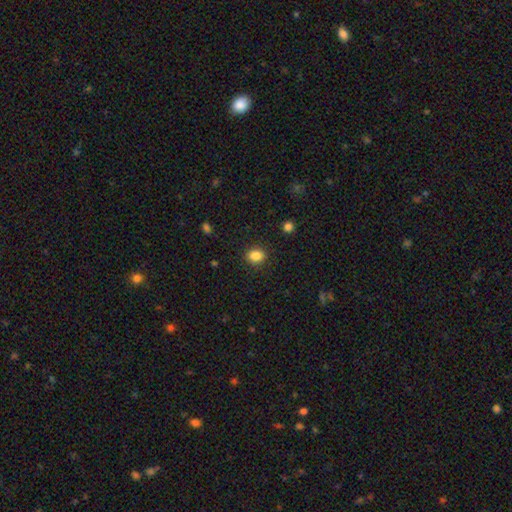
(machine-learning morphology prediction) smooth-or-featured: smooth: 86% | star or artifact: 10% | featured or disk: 4%
  how-rounded: in between: 57% | round: 42% | cigar-shaped: 1%
  merging: none: 88% | minor disturbance: 8% | major disturbance: 3% | merger: 1%